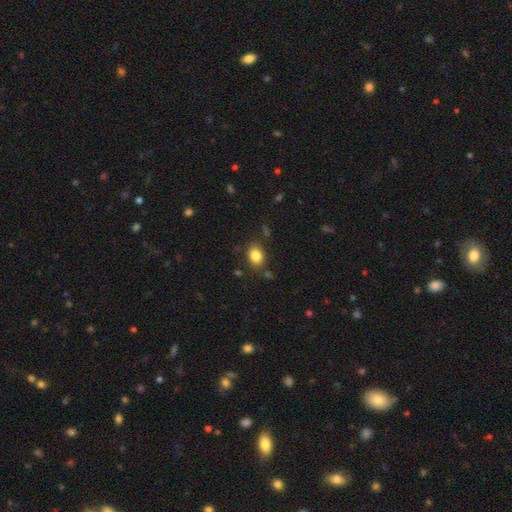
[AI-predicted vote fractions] Morphology: type=smooth (84%); roundness=in between (59%); merging=none (82%).